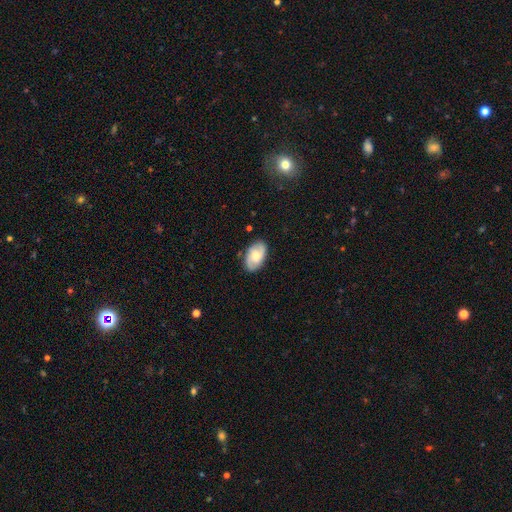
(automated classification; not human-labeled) Morphology: type=featured or disk (50%); merging=none (83%).